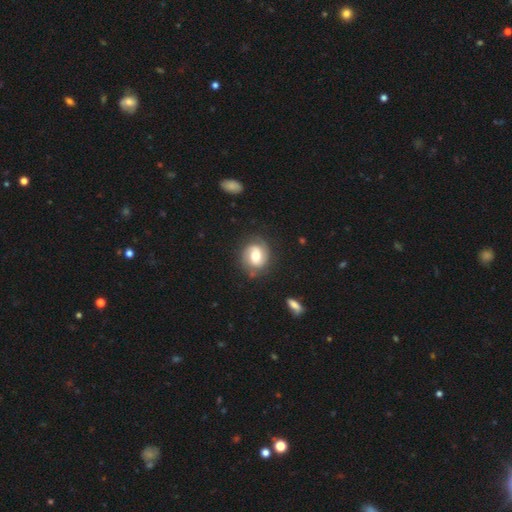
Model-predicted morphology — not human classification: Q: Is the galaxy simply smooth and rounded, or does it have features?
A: featured or disk — 67%.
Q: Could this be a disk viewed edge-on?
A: no — 98%.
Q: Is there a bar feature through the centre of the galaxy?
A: no — 43%.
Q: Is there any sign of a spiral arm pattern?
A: yes — 91%.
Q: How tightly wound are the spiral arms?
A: tight — 44%.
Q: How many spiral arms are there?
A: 2 — 82%.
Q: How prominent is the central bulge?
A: moderate — 57%.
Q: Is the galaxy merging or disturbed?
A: none — 77%.